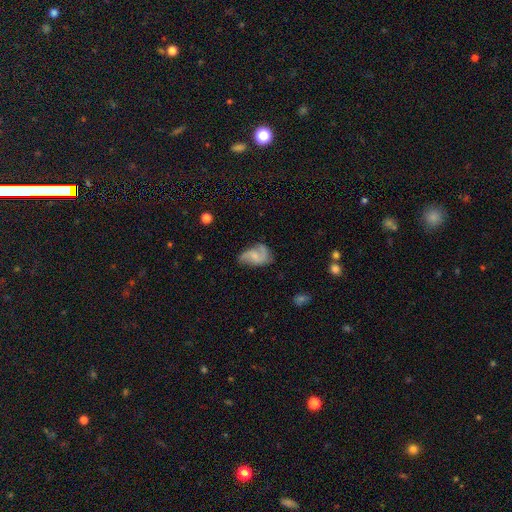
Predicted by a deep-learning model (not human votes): Smooth or featured? Predicted: featured or disk (p=0.67). Edge-on disk? Predicted: no (p=0.97). Bar? Predicted: no (p=0.57). Spiral arms? Predicted: yes (p=0.91). Spiral winding? Predicted: loose (p=0.48). Spiral arm count? Predicted: 2 (p=0.76). Bulge size? Predicted: small (p=0.46). Merging? Predicted: none (p=0.52).